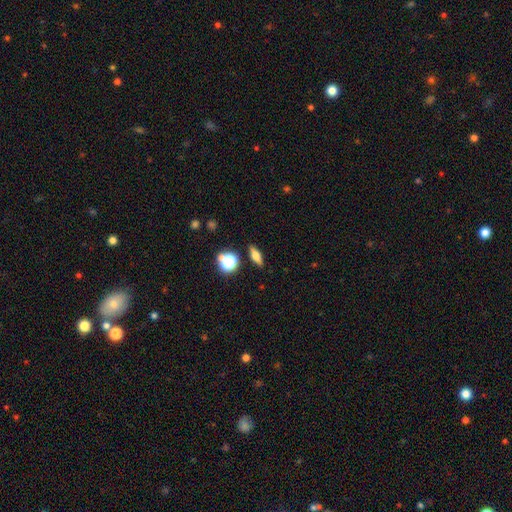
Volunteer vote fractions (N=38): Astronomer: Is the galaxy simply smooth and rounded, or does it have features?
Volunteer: smooth — 58% (runner-up: featured or disk, 37%).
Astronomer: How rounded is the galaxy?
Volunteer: in between — 64%.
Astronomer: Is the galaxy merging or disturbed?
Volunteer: none — 97%.